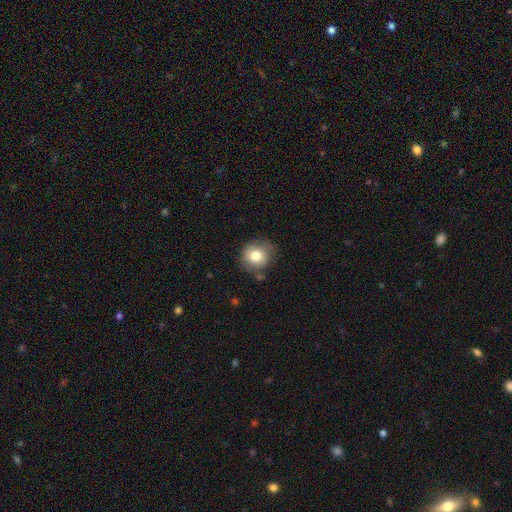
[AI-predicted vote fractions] This appears to be a smooth galaxy with no disk features (78%) that is round (84%). Merging: none (71%).